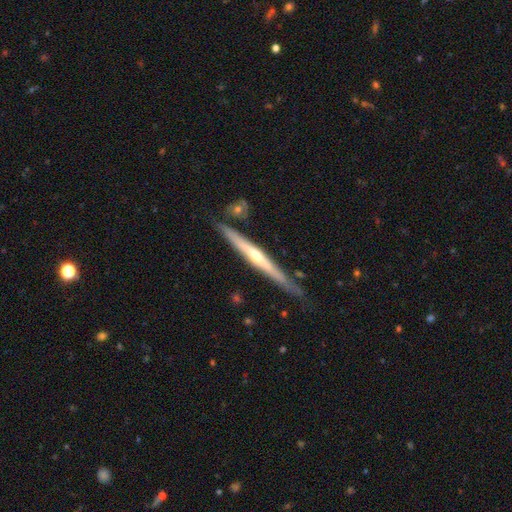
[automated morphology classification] A featured or disk galaxy (76%) viewed edge-on (97%) with a rounded central bulge (73%). Merging: none (81%).